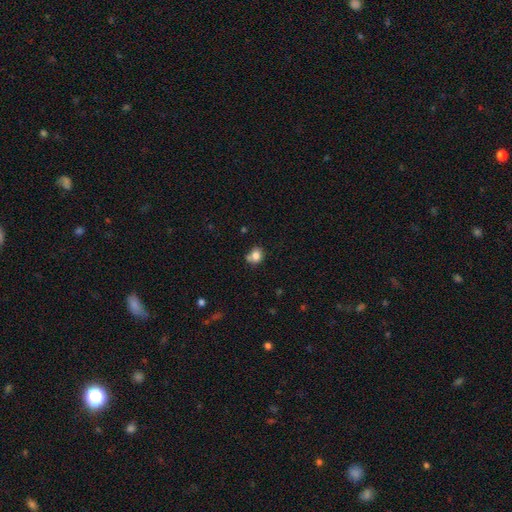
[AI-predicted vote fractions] Overall: smooth (80%). How rounded: round (62%; in between 38%). Merging: none (53%; minor disturbance 21%).